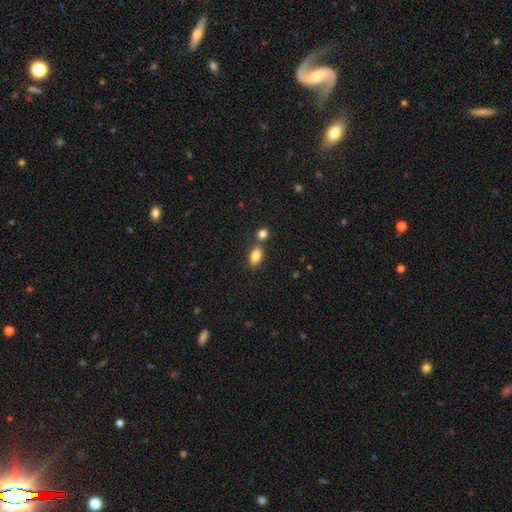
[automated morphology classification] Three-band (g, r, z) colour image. It shows a smooth galaxy with no disk features (82%) that is in between round and cigar-shaped (86%). Merging: none (58%).